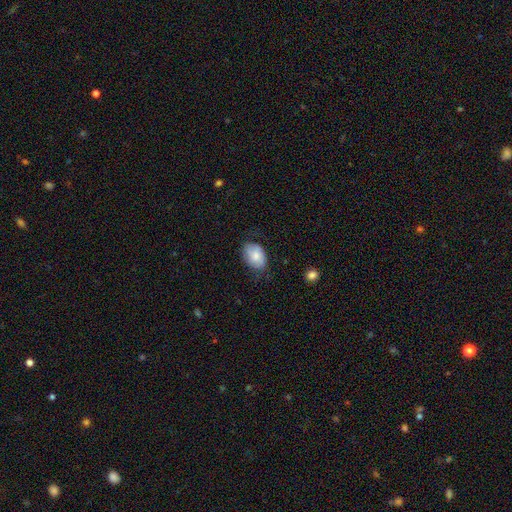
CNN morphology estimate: Smooth or featured: smooth — 76% (featured or disk — 18%)
How rounded: in between — 84% (round — 15%)
Merging: none — 64% (minor disturbance — 27%)